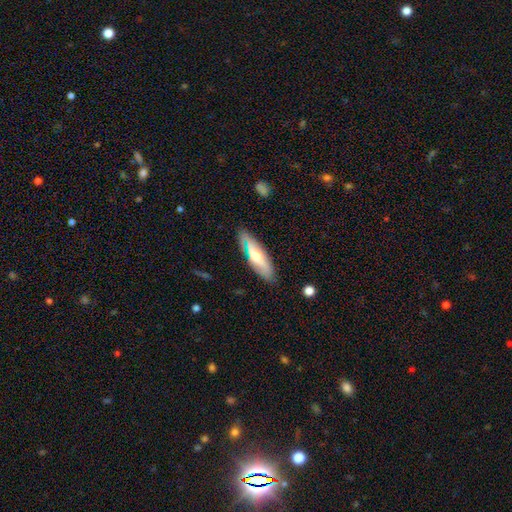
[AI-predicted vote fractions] Smooth or featured?
  - smooth: 48% *
  - featured or disk: 46%
  - star or artifact: 7%
Merging?
  - none: 81% *
  - minor disturbance: 14%
  - major disturbance: 3%
  - merger: 2%